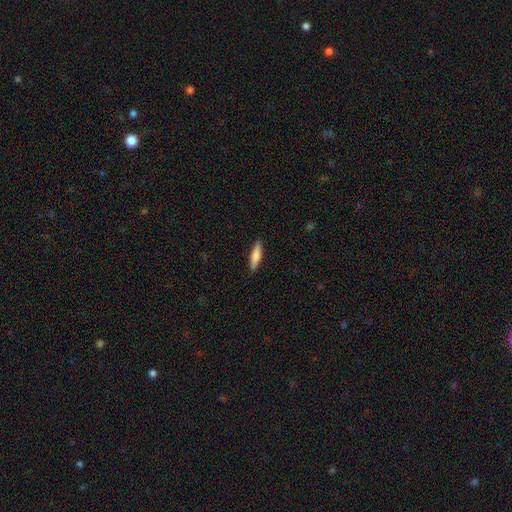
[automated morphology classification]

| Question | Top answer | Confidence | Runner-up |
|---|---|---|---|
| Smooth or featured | smooth | 71% | featured or disk (23%) |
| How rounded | cigar-shaped | 75% | in between (24%) |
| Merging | none | 90% | minor disturbance (8%) |